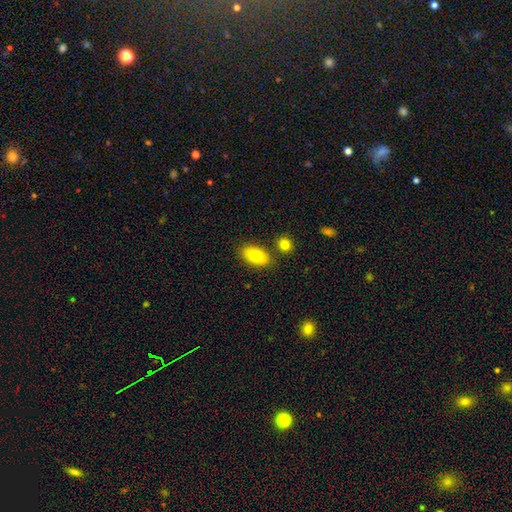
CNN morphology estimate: Smooth or featured?
  - smooth: 78% *
  - featured or disk: 15%
  - star or artifact: 7%
How rounded?
  - in between: 91% *
  - round: 7%
  - cigar-shaped: 2%
Merging?
  - none: 79% *
  - minor disturbance: 11%
  - merger: 8%
  - major disturbance: 2%